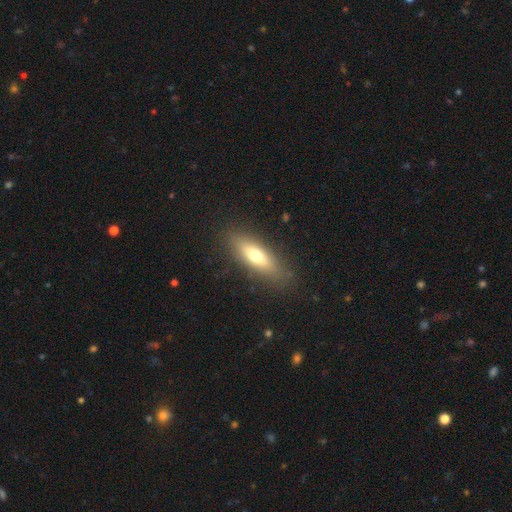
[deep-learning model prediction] This is likely a smooth galaxy (62%). How rounded: possibly in between (50%). Merging: clearly none (84%).